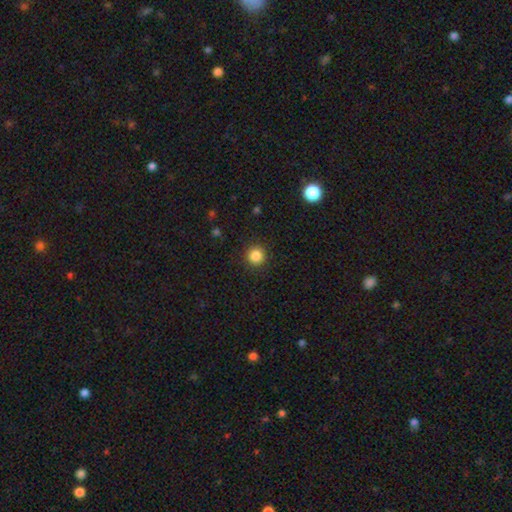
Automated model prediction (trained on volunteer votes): Q: Smooth or featured?
A: smooth (85%); runner-up: star or artifact (11%)
Q: How rounded?
A: round (95%); runner-up: in between (4%)
Q: Merging?
A: none (91%); runner-up: minor disturbance (5%)